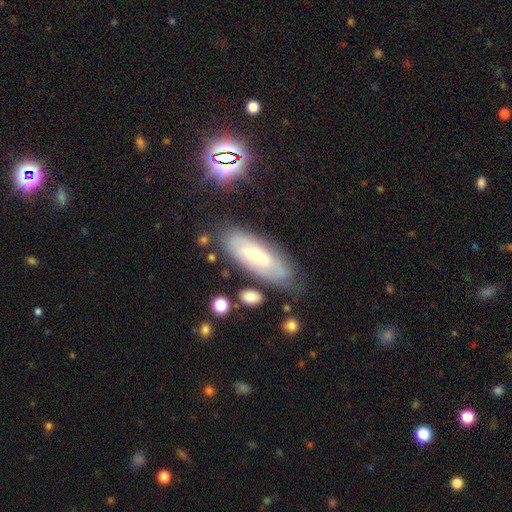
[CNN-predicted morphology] Smooth or featured? featured or disk (52%)
Edge-on disk? no (79%)
Merging? none (68%)